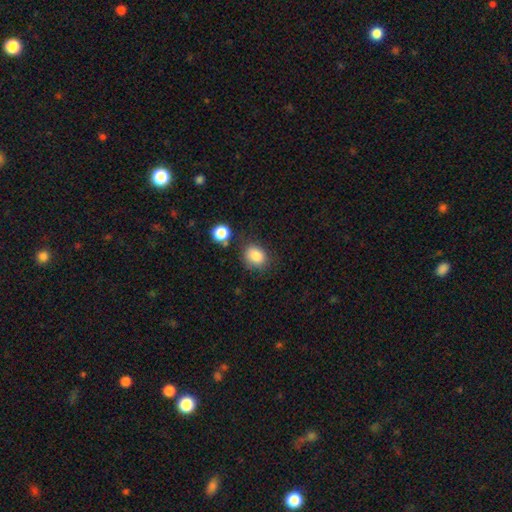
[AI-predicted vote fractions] smooth-or-featured: smooth: 85% | star or artifact: 10% | featured or disk: 6%
  how-rounded: round: 55% | in between: 44% | cigar-shaped: 1%
  merging: none: 73% | minor disturbance: 17% | merger: 6% | major disturbance: 5%